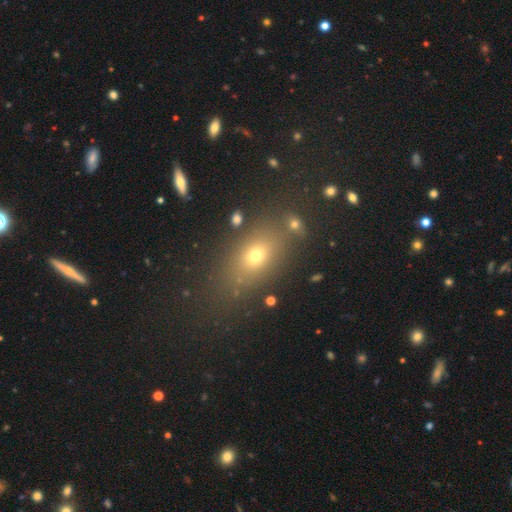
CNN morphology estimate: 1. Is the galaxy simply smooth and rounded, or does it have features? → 61% smooth, 23% star or artifact, 16% featured or disk.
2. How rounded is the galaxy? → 68% in between, 23% round, 10% cigar-shaped.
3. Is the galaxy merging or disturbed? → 78% none, 12% minor disturbance, 6% major disturbance, 5% merger.